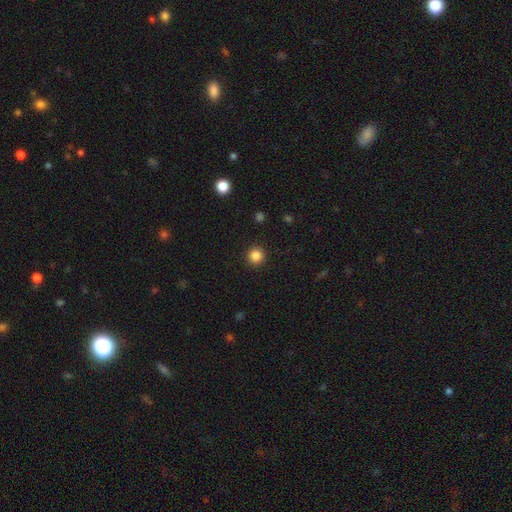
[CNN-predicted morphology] smooth 85%, star or artifact 11%, featured or disk 4%. Down the decision tree: how rounded — round (95%); merging — none (93%).